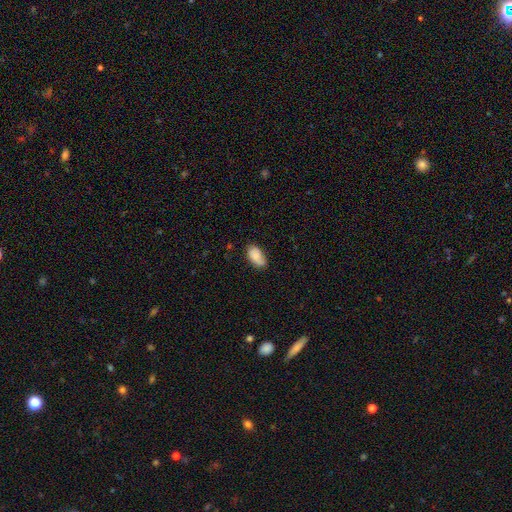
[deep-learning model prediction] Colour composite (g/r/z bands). It shows a smooth galaxy with no disk features (81%) that is in between round and cigar-shaped (94%). Merging: none (73%).